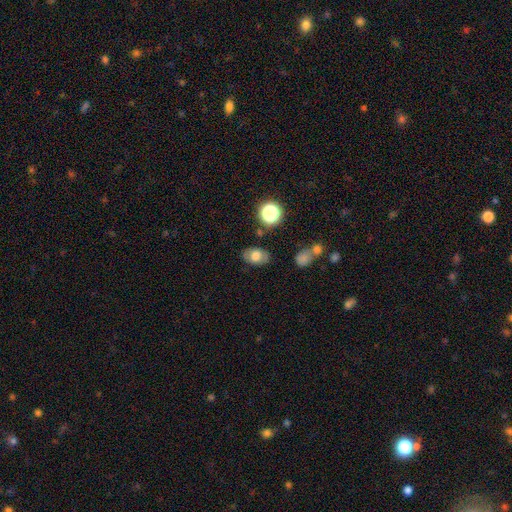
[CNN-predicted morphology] Smooth or featured?
  - smooth: 67% *
  - featured or disk: 23%
  - star or artifact: 11%
How rounded?
  - in between: 78% *
  - round: 21%
  - cigar-shaped: 1%
Merging?
  - none: 78% *
  - minor disturbance: 14%
  - major disturbance: 4%
  - merger: 3%